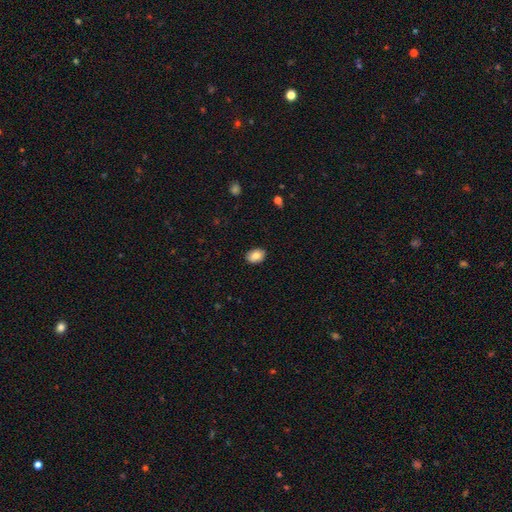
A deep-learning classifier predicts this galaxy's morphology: Smooth or featured? Predicted: smooth (p=0.82). How rounded? Predicted: in between (p=0.74). Merging? Predicted: none (p=0.88).